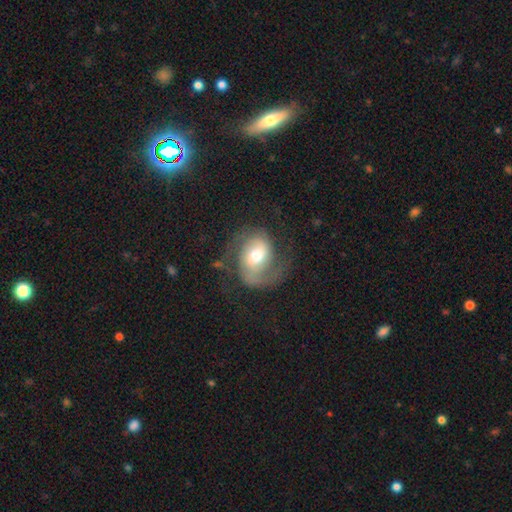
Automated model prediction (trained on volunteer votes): Smooth or featured? Predicted: featured or disk (p=0.76). Edge-on disk? Predicted: no (p=0.97). Bar? Predicted: no (p=0.43). Spiral arms? Predicted: yes (p=0.93). Spiral winding? Predicted: medium (p=0.47). Spiral arm count? Predicted: 2 (p=0.79). Bulge size? Predicted: moderate (p=0.66). Merging? Predicted: none (p=0.61).